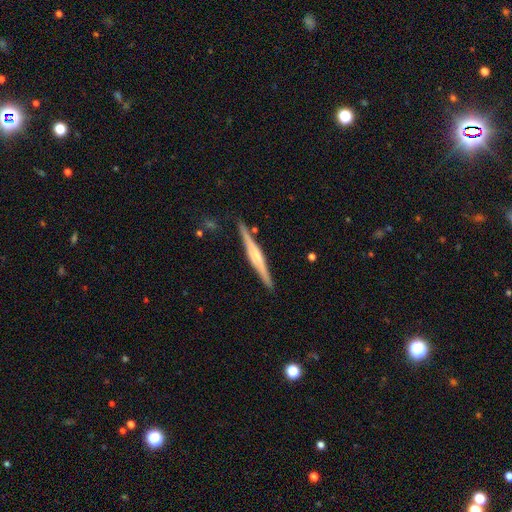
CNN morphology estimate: smooth-or-featured: featured or disk: 73% | smooth: 22% | star or artifact: 6%
  disk-edge-on: yes: 98% | no: 2%
    edge-on-bulge: rounded: 63% | boxy: 26% | none: 12%
  merging: none: 88% | minor disturbance: 9% | merger: 2% | major disturbance: 2%